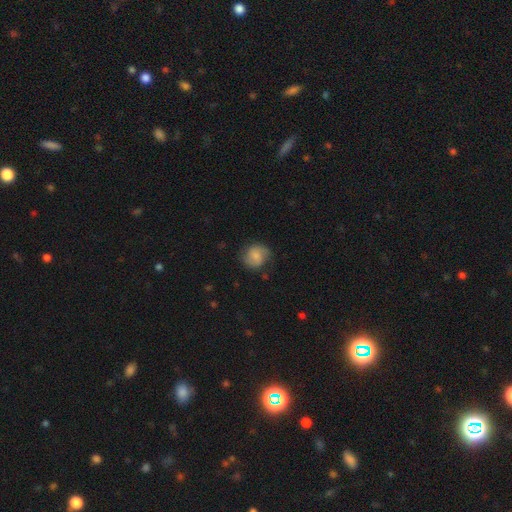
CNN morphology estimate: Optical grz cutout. It shows a smooth galaxy with no disk features (66%) that is round (80%). Merging: none (74%).